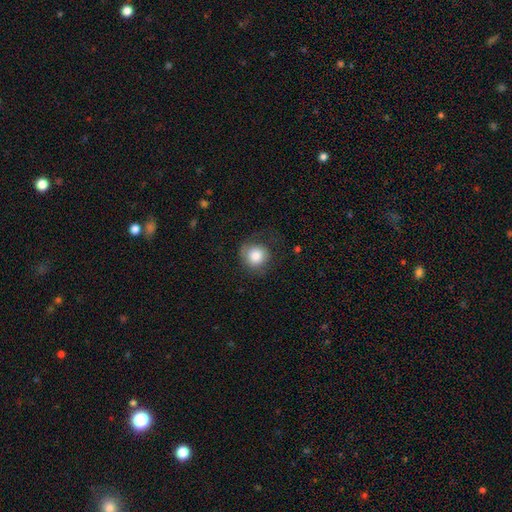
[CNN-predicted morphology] Smooth or featured?
  - smooth: 82% *
  - featured or disk: 11%
  - star or artifact: 8%
How rounded?
  - round: 87% *
  - in between: 12%
  - cigar-shaped: 1%
Merging?
  - none: 64% *
  - minor disturbance: 21%
  - major disturbance: 14%
  - merger: 1%